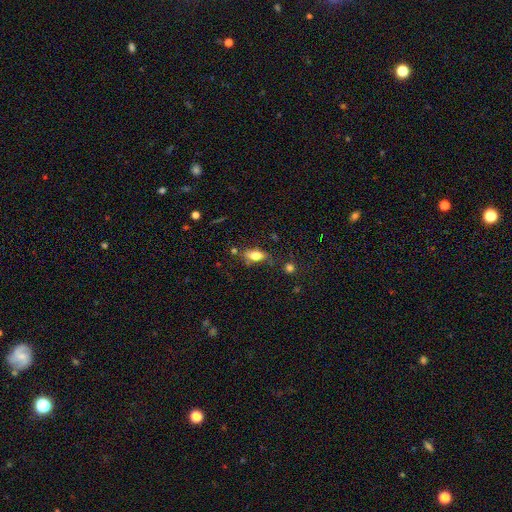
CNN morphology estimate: Smooth or featured? smooth (73%)
How rounded? in between (81%)
Merging? none (66%)